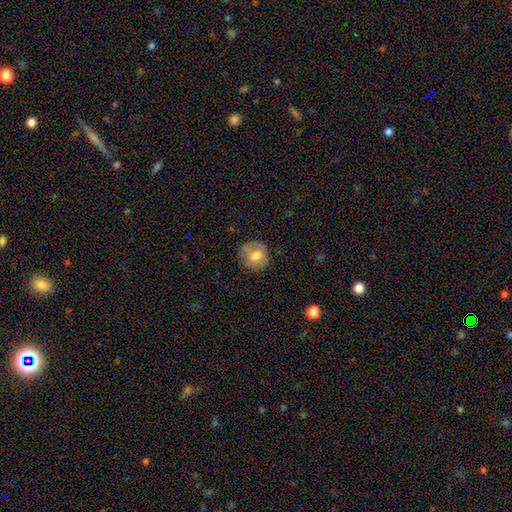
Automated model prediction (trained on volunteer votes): smooth_or_featured: smooth (p=0.68) [alt: featured or disk p=0.24]
how_rounded: round (p=0.87) [alt: in between p=0.12]
merging: none (p=0.75) [alt: minor disturbance p=0.18]